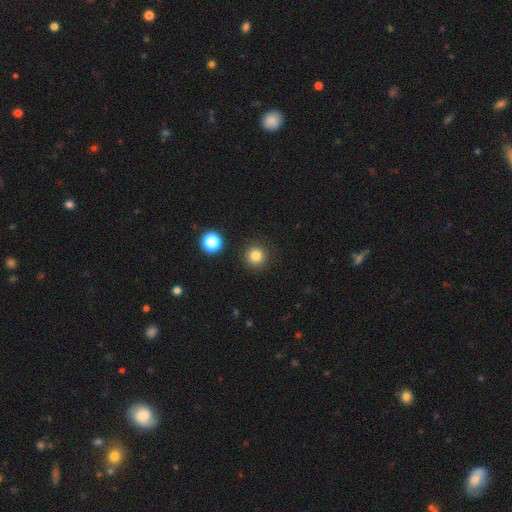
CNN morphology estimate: Smooth or featured? Predicted: smooth (p=0.81). How rounded? Predicted: round (p=0.95). Merging? Predicted: none (p=0.91).